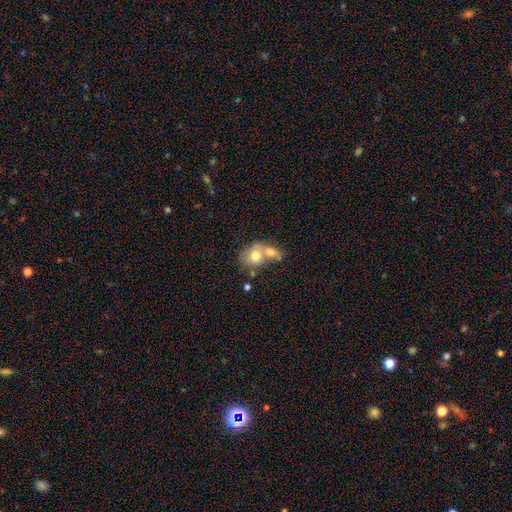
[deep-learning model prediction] The model was most divided on "how rounded": round: 52%, in between: 46%, cigar-shaped: 1%. More confident: merging — merger (70%); smooth or featured — smooth (69%).